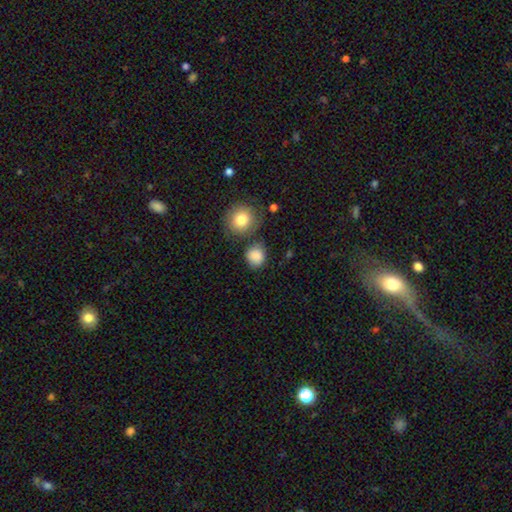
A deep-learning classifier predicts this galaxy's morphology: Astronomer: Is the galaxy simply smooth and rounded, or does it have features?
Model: smooth — 87%.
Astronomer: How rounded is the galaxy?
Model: round — 83%.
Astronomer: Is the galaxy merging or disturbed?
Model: none — 69%.